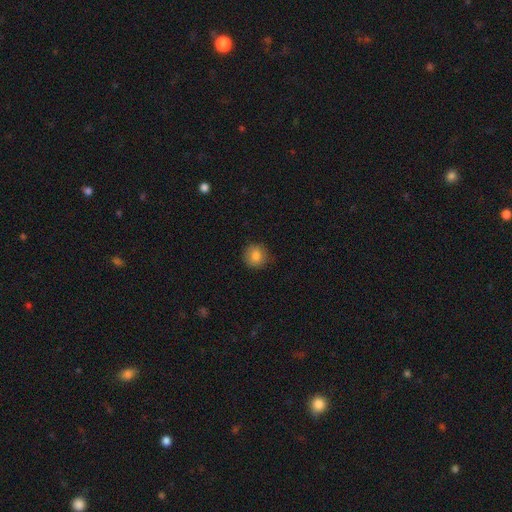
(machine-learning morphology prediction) Smooth or featured? Predicted: smooth (p=0.83). How rounded? Predicted: round (p=0.91). Merging? Predicted: none (p=0.86).